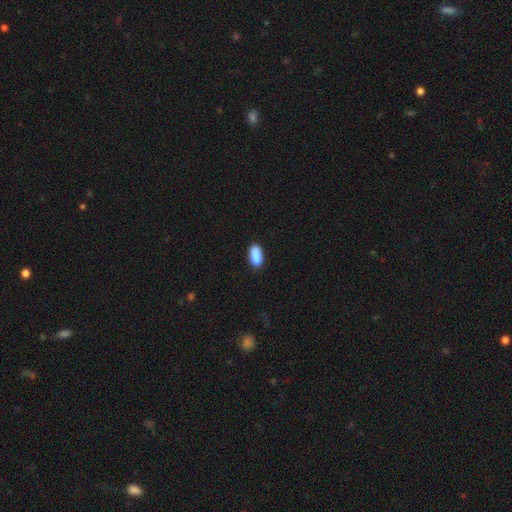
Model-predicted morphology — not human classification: Smooth or featured: smooth — 87% (star or artifact — 8%)
How rounded: in between — 81% (cigar-shaped — 16%)
Merging: none — 77% (minor disturbance — 15%)